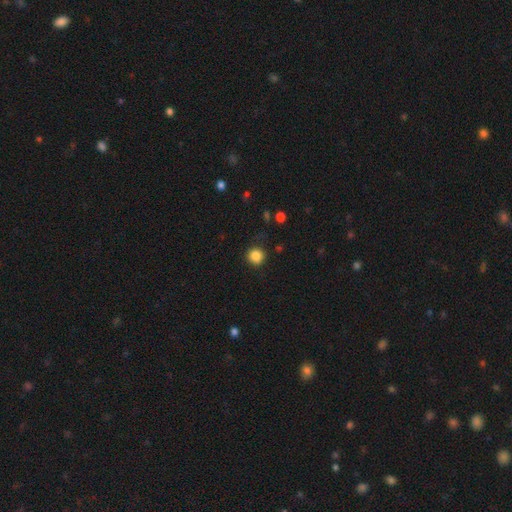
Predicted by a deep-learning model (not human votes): Smooth or featured: smooth — 85% (star or artifact — 11%)
How rounded: round — 91% (in between — 8%)
Merging: none — 83% (minor disturbance — 12%)